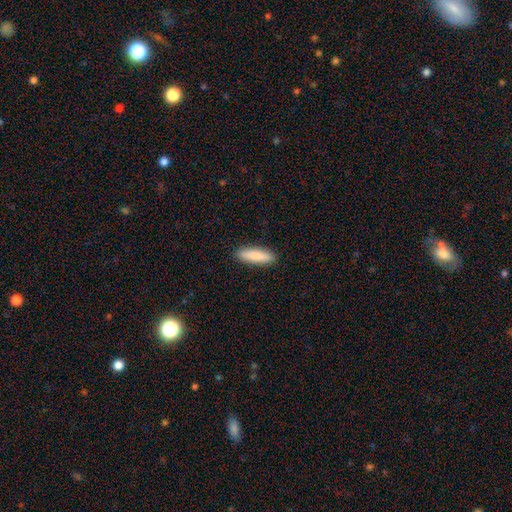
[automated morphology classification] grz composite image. It shows a smooth galaxy with no disk features (87%) that is cigar-shaped (66%). Merging: none (91%).